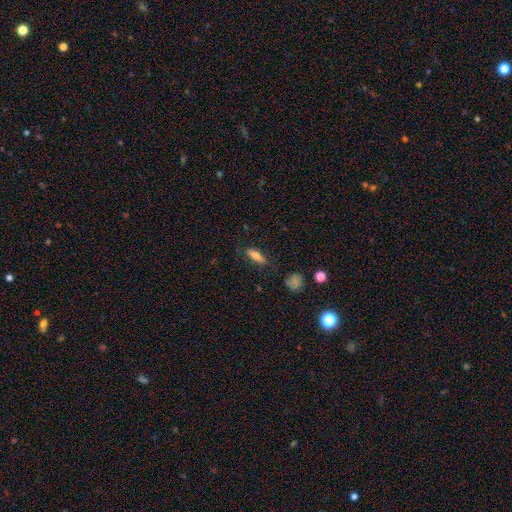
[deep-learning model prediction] This appears to be a smooth galaxy with no disk features (70%) that is in between round and cigar-shaped (53%). Merging: none (81%).